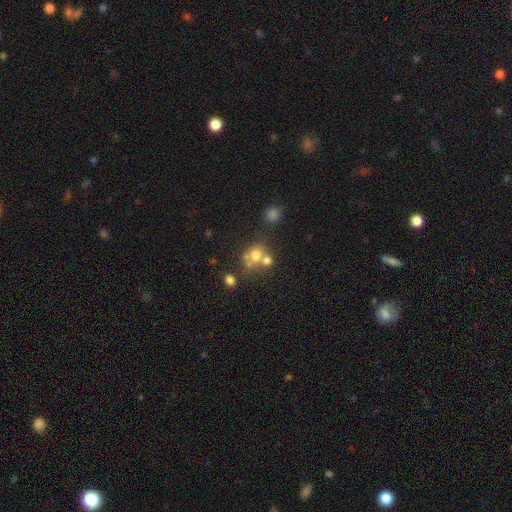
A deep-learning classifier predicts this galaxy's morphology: Q: Smooth or featured?
A: smooth (64%); runner-up: featured or disk (19%)
Q: How rounded?
A: round (77%); runner-up: in between (22%)
Q: Merging?
A: merger (45%); runner-up: none (40%)